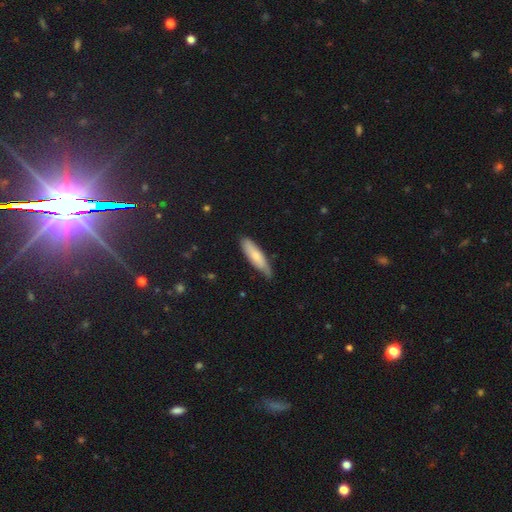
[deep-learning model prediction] Smooth or featured? Predicted: smooth (p=0.70). How rounded? Predicted: cigar-shaped (p=0.64). Merging? Predicted: none (p=0.65).